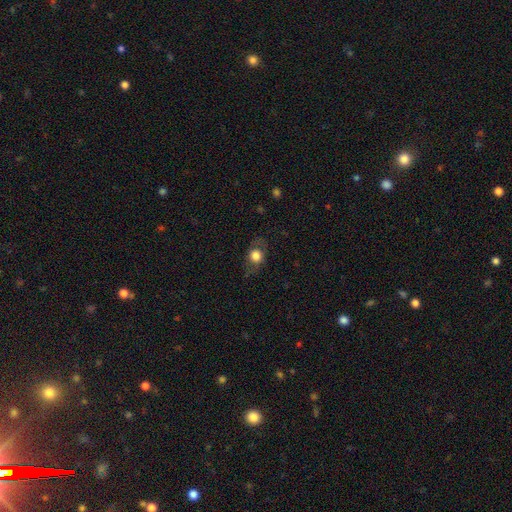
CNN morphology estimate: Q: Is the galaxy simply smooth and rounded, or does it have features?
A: smooth — 64%.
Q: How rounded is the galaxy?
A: round — 52%.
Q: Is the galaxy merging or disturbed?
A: none — 73%.